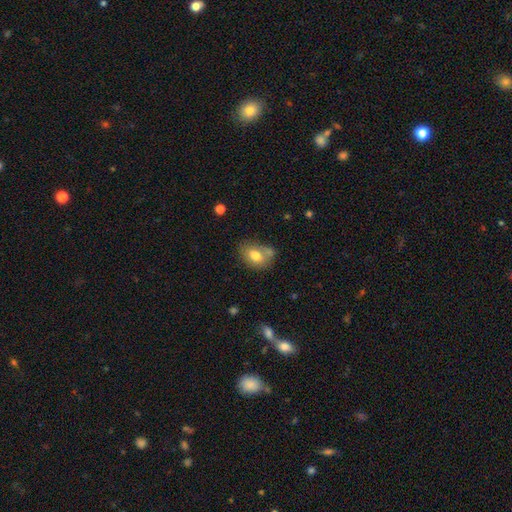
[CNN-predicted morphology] Smooth or featured: smooth — 74% (featured or disk — 17%)
How rounded: in between — 77% (round — 21%)
Merging: none — 49% (minor disturbance — 24%)